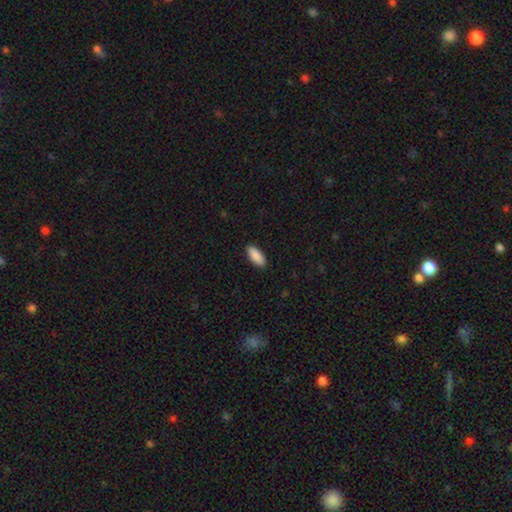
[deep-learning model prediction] This is clearly a smooth galaxy (90%). How rounded: clearly in between (86%). Merging: clearly none (90%).